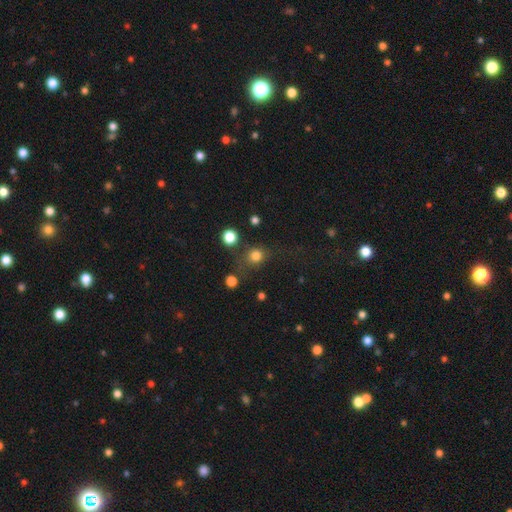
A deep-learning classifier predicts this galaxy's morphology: Smooth or featured? Predicted: smooth (p=0.77). How rounded? Predicted: round (p=0.83). Merging? Predicted: none (p=0.63).